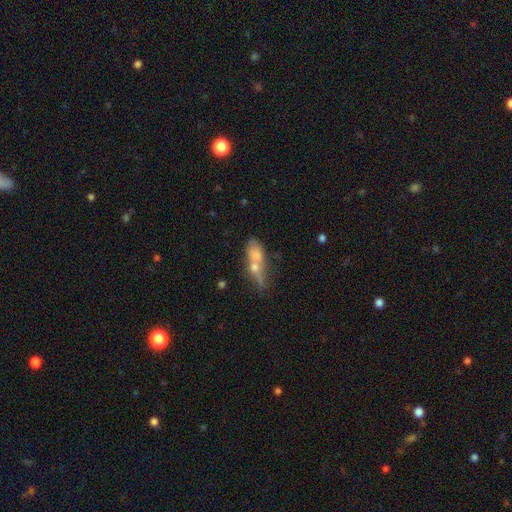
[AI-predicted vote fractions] A smooth galaxy with no disk features (46%).

Vote fractions:
- Smooth or featured? smooth: 46% / featured or disk: 41% / star or artifact: 13%
- Merging? merger: 41% / none: 31% / minor disturbance: 16% / major disturbance: 12%